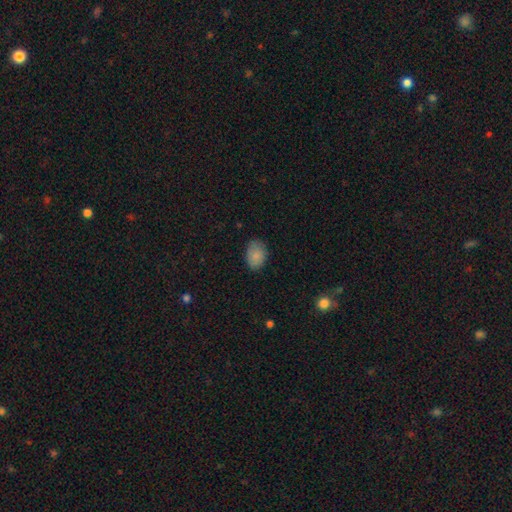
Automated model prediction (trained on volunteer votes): Morphology: type=smooth (85%); roundness=in between (78%); merging=none (79%).